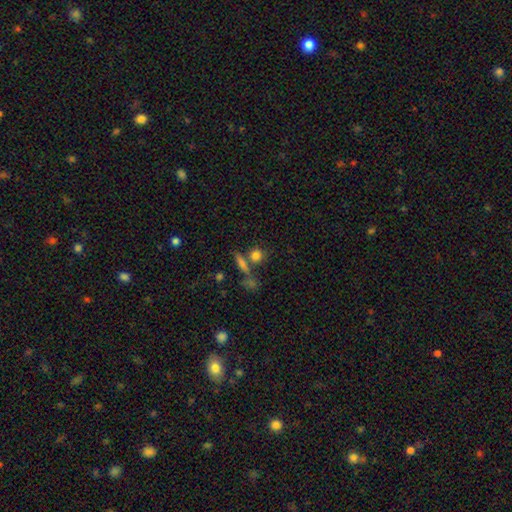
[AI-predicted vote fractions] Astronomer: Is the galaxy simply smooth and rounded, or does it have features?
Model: smooth — 78%.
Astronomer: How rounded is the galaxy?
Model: round — 76%.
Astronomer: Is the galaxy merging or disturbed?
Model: none — 63%.